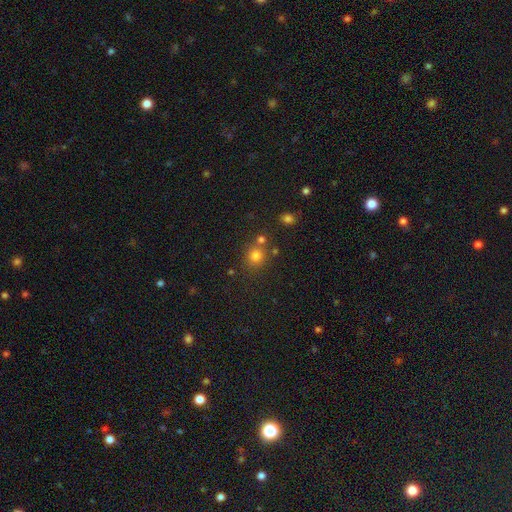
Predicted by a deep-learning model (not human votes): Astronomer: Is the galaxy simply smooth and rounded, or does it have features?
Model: smooth — 78%.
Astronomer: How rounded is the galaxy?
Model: round — 83%.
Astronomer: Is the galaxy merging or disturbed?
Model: none — 70%.